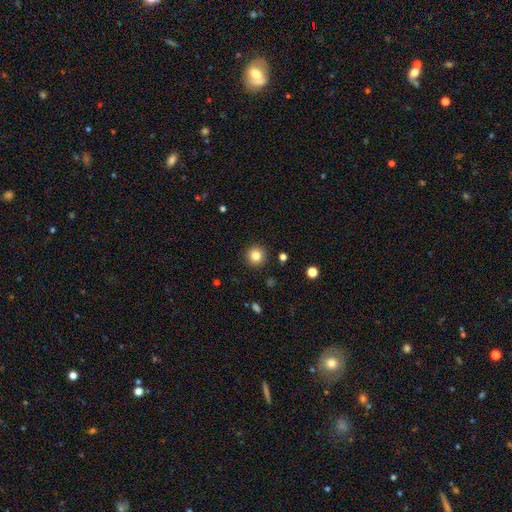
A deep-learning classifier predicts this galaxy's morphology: Smooth or featured? Predicted: smooth (p=0.83). How rounded? Predicted: round (p=0.95). Merging? Predicted: none (p=0.92).